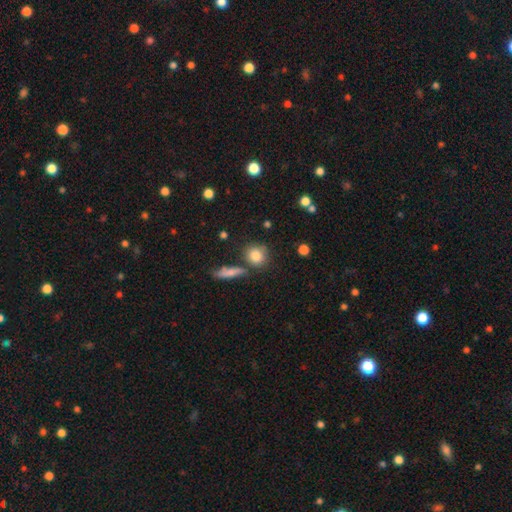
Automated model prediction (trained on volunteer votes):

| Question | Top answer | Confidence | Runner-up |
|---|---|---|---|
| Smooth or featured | smooth | 82% | star or artifact (9%) |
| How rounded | round | 79% | in between (17%) |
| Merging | none | 70% | minor disturbance (14%) |